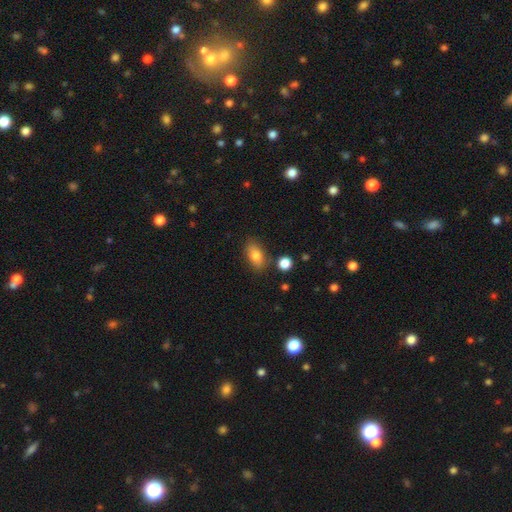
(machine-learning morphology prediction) smooth_or_featured: smooth (p=0.81) [alt: featured or disk p=0.11]
how_rounded: in between (p=0.87) [alt: round p=0.08]
merging: none (p=0.81) [alt: minor disturbance p=0.12]